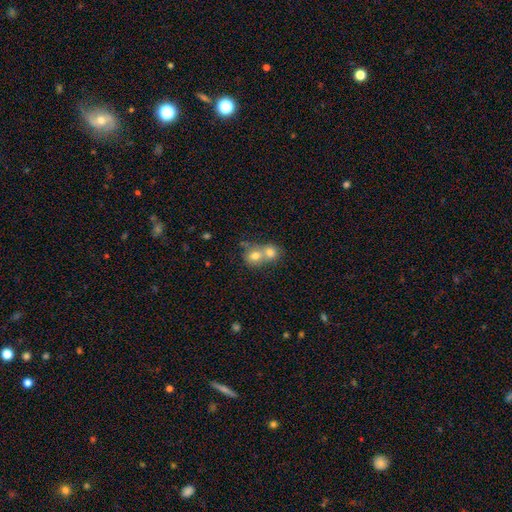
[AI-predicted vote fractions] smooth-or-featured: smooth: 73% | featured or disk: 17% | star or artifact: 11%
  how-rounded: round: 72% | in between: 27% | cigar-shaped: 1%
  merging: merger: 70% | none: 24% | minor disturbance: 5% | major disturbance: 2%